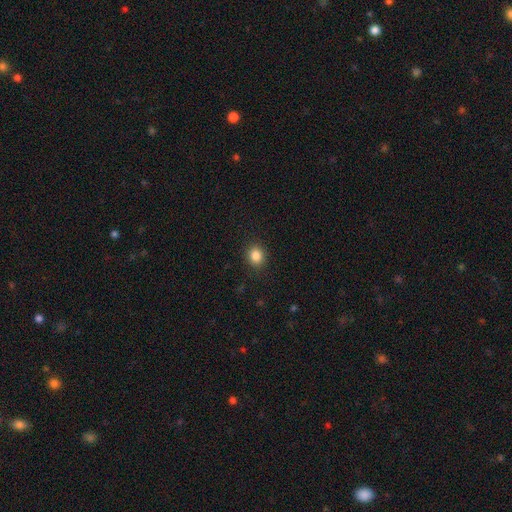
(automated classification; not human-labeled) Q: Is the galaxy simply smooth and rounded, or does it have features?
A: smooth — 85%.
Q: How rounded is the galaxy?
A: round — 69%.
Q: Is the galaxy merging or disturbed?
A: none — 90%.